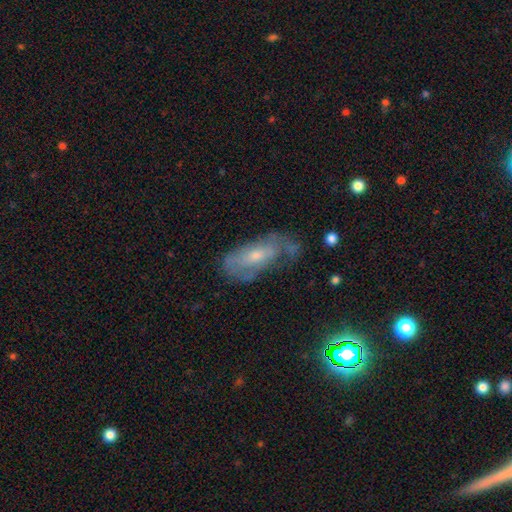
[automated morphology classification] type=featured or disk (57%); edge-on=no (85%); merging=none (49%).